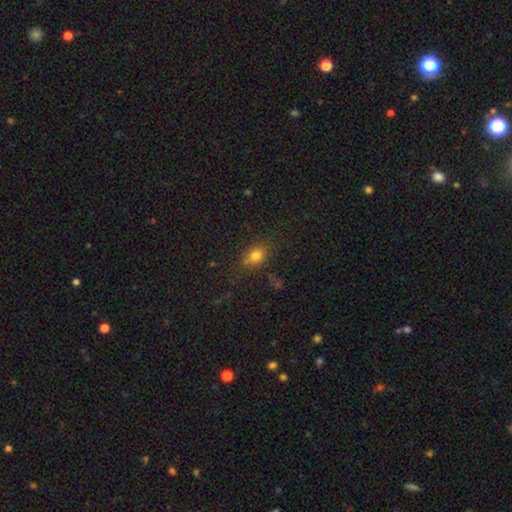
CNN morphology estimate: type=smooth (76%); roundness=in between (69%); merging=none (77%).